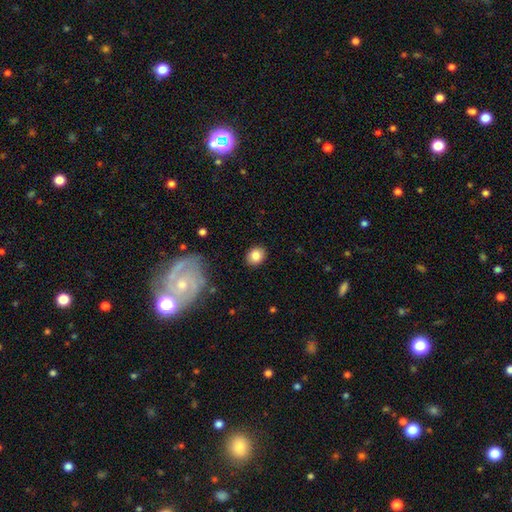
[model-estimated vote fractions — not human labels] Smooth or featured? Predicted: smooth (p=0.84). How rounded? Predicted: round (p=0.60). Merging? Predicted: none (p=0.87).